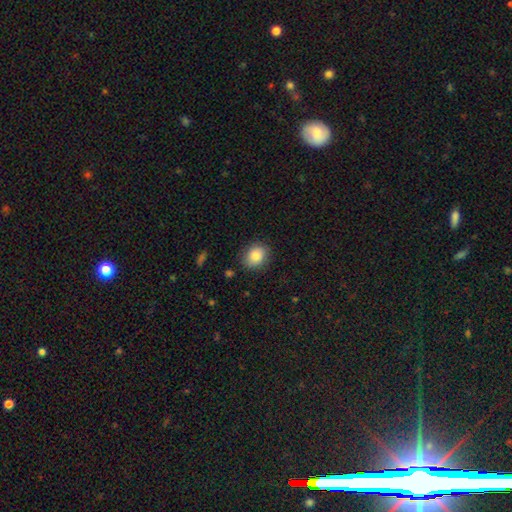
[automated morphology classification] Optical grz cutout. It shows a smooth galaxy with no disk features (85%) that is in between round and cigar-shaped (50%). Merging: none (83%).